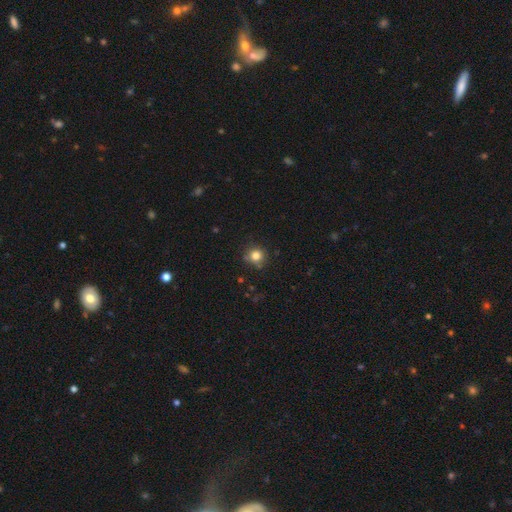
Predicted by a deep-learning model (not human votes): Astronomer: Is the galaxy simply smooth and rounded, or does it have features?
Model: smooth — 80%.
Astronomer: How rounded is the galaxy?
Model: round — 90%.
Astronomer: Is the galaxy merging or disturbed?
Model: none — 77%.